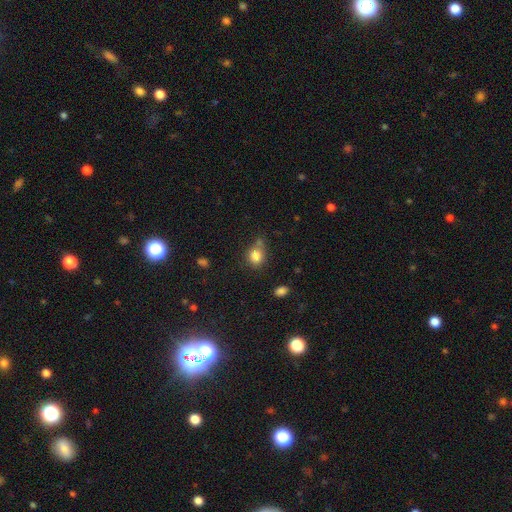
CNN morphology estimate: smooth 82%, star or artifact 11%, featured or disk 7%. Down the decision tree: how rounded — round (67%); merging — none (59%).